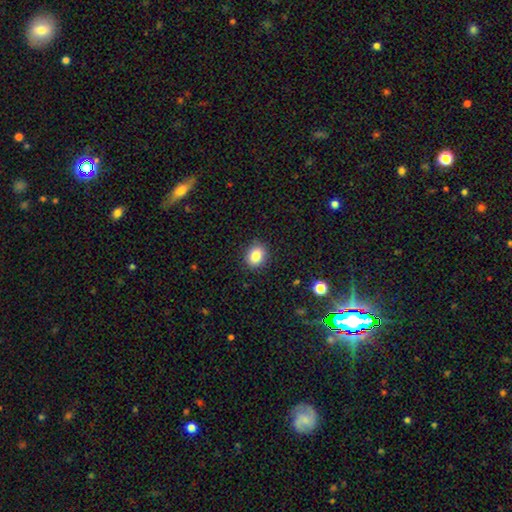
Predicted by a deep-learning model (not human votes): This is clearly a smooth galaxy (84%). How rounded: possibly round (58%). Merging: clearly none (89%).